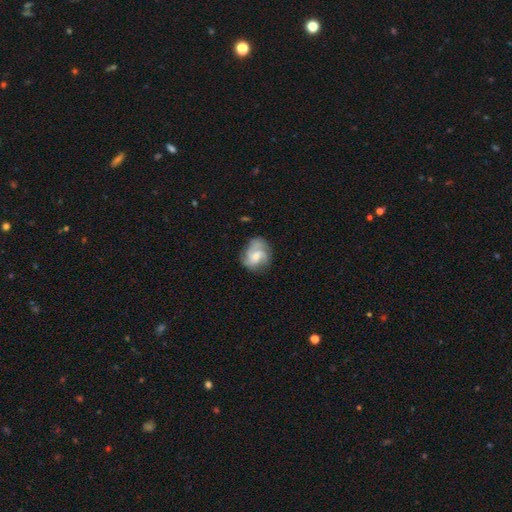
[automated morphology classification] Smooth or featured?
  - featured or disk: 71% *
  - smooth: 22%
  - star or artifact: 7%
Edge-on disk?
  - no: 98% *
  - yes: 2%
Bar?
  - no: 62% *
  - weak: 33%
  - strong: 5%
Spiral arms?
  - yes: 93% *
  - no: 7%
Spiral winding?
  - medium: 46% *
  - tight: 33%
  - loose: 21%
Spiral arm count?
  - 3: 45% *
  - 2: 18%
  - can't tell: 17%
  - 4: 11%
  - 1: 4%
  - more than 4: 4%
Bulge size?
  - small: 49% *
  - moderate: 44%
  - none: 4%
  - large: 3%
  - dominant: 1%
Merging?
  - none: 68% *
  - minor disturbance: 21%
  - major disturbance: 10%
  - merger: 2%